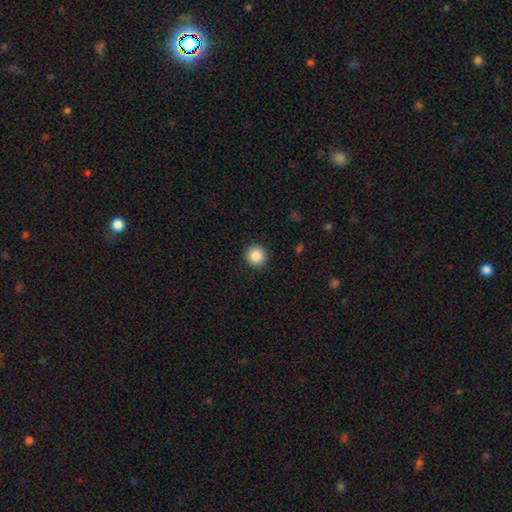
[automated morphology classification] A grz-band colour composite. It shows a smooth galaxy with no disk features (88%) that is round (95%). Merging: none (92%).